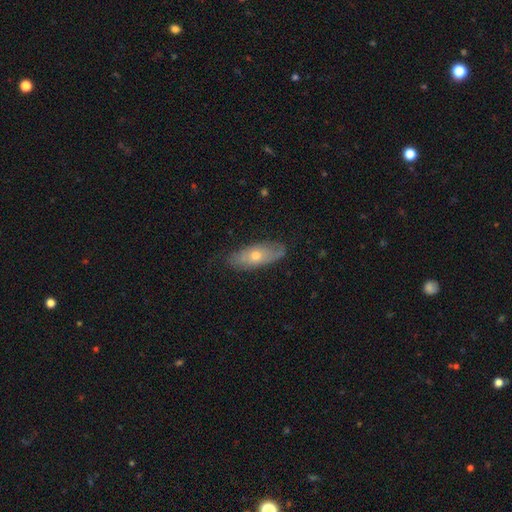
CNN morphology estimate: smooth-or-featured: smooth: 47% | featured or disk: 46% | star or artifact: 7%
  merging: none: 76% | minor disturbance: 19% | major disturbance: 4% | merger: 1%